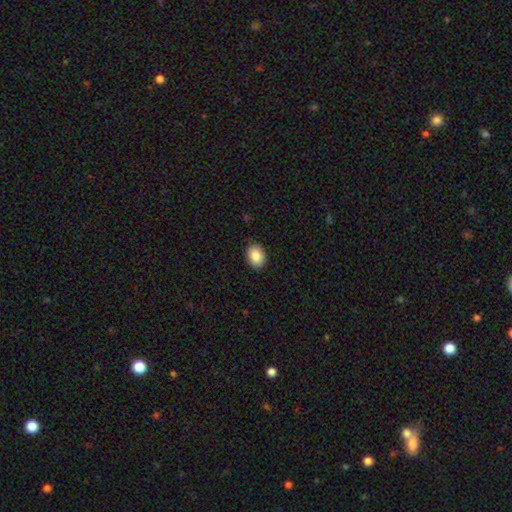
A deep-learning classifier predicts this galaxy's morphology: smooth-or-featured: smooth: 86% | star or artifact: 8% | featured or disk: 6%
  how-rounded: in between: 75% | round: 24% | cigar-shaped: 1%
  merging: none: 87% | minor disturbance: 10% | major disturbance: 2% | merger: 1%